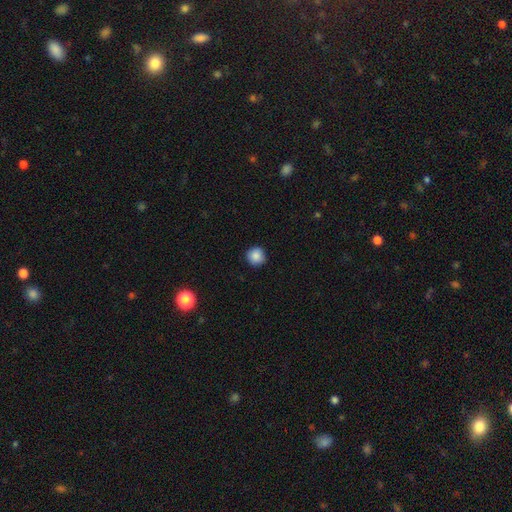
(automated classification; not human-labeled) smooth 87%, star or artifact 9%, featured or disk 3%. Down the decision tree: how rounded — round (95%); merging — none (91%).